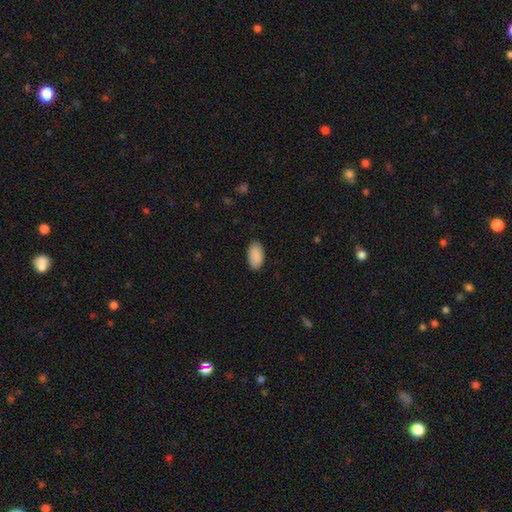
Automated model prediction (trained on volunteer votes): Q: Smooth or featured?
A: smooth (91%); runner-up: star or artifact (6%)
Q: How rounded?
A: in between (96%); runner-up: round (2%)
Q: Merging?
A: none (89%); runner-up: minor disturbance (9%)